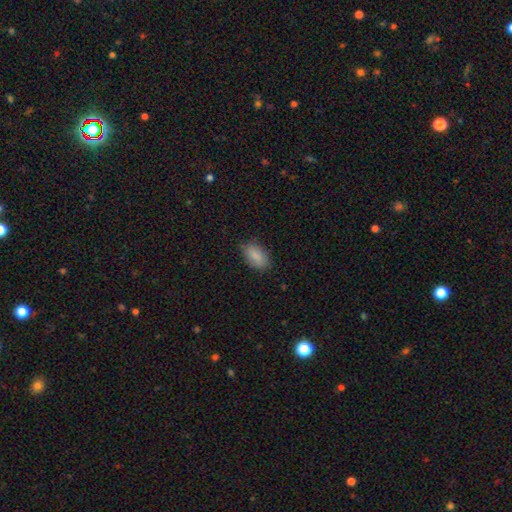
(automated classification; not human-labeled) Overall: smooth (87%). How rounded: in between (91%). Merging: none (77%).